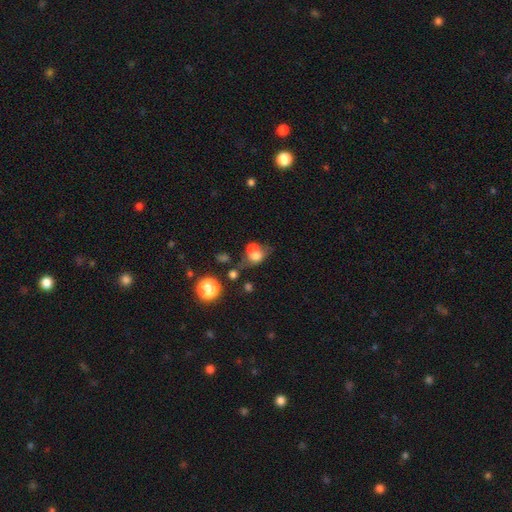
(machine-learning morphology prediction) The model was most divided on "how rounded": round: 59%, in between: 39%, cigar-shaped: 2%. More confident: smooth or featured — smooth (66%); merging — merger (52%).